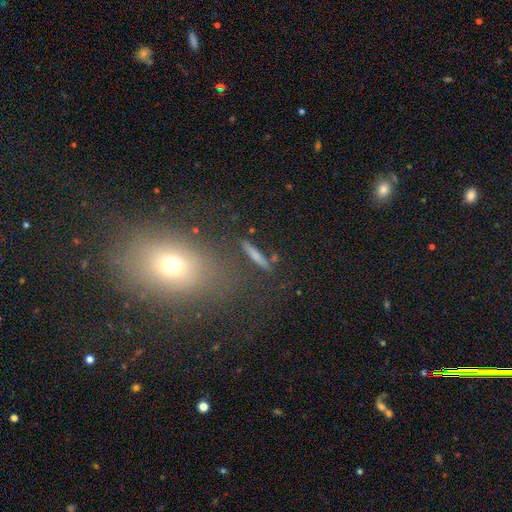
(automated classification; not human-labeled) smooth-or-featured: smooth: 62% | featured or disk: 25% | star or artifact: 14%
  how-rounded: cigar-shaped: 84% | in between: 9% | round: 6%
  merging: none: 81% | minor disturbance: 10% | merger: 5% | major disturbance: 4%